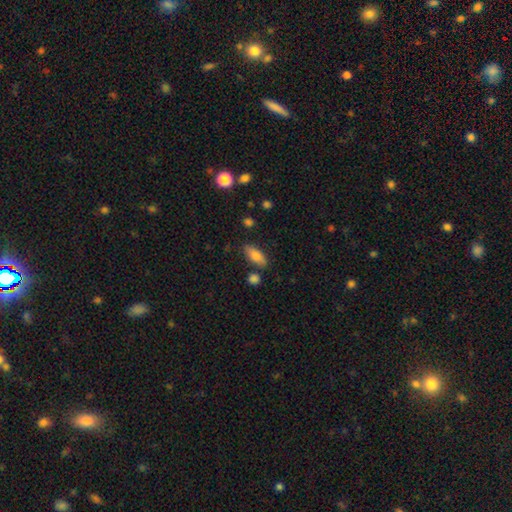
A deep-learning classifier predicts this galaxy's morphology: smooth-or-featured: smooth: 79% | featured or disk: 14% | star or artifact: 8%
  how-rounded: in between: 78% | cigar-shaped: 19% | round: 3%
  merging: none: 78% | minor disturbance: 13% | merger: 6% | major disturbance: 3%